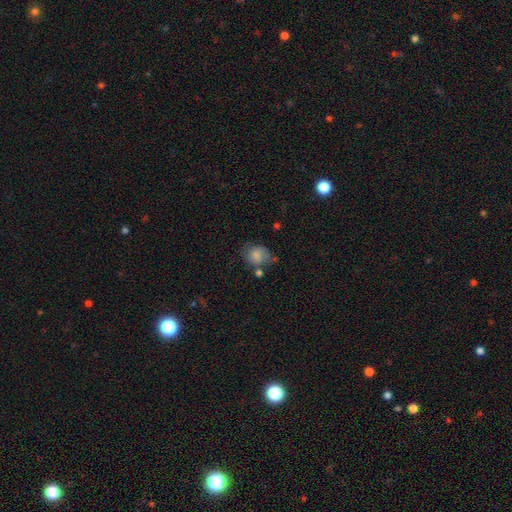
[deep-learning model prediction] A smooth galaxy with no disk features (71%) that is round (59%).

Vote fractions:
- Smooth or featured? smooth: 71% / featured or disk: 19% / star or artifact: 9%
- How rounded? round: 59% / in between: 40% / cigar-shaped: 1%
- Merging? none: 51% / minor disturbance: 26% / major disturbance: 12% / merger: 11%